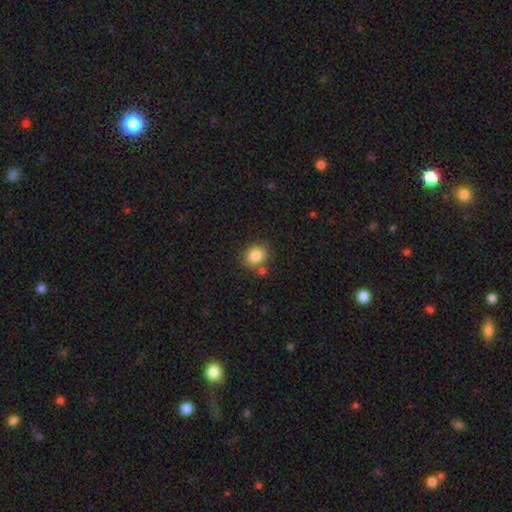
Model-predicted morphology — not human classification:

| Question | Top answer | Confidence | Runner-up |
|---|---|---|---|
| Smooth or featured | smooth | 85% | star or artifact (9%) |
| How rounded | round | 57% | in between (42%) |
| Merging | none | 75% | minor disturbance (12%) |